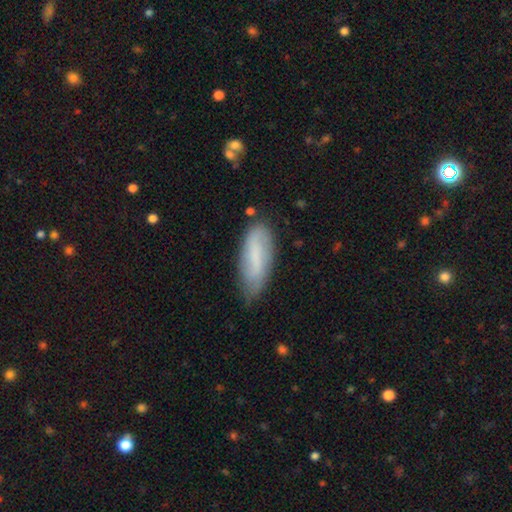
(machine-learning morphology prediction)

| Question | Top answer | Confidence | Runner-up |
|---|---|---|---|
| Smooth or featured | smooth | 62% | featured or disk (31%) |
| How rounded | in between | 67% | cigar-shaped (31%) |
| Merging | none | 64% | minor disturbance (27%) |